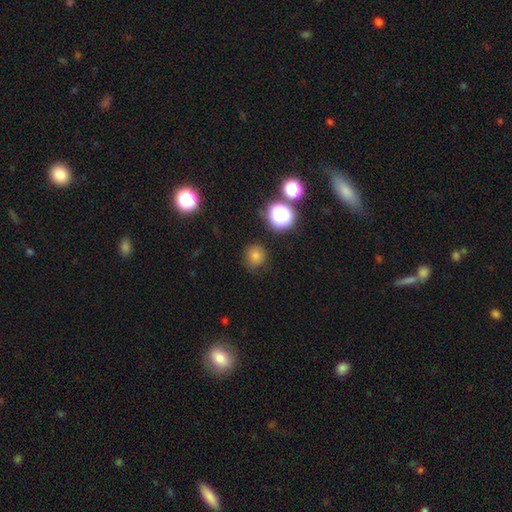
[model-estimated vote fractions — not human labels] This appears to be a smooth galaxy with no disk features (77%) that is round (87%). Merging: none (83%).